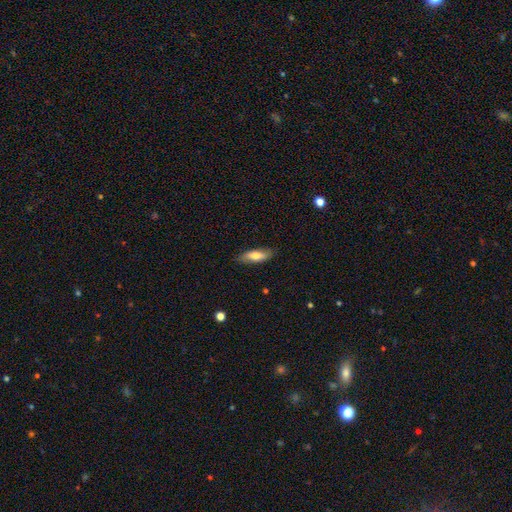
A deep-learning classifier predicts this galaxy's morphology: Smooth or featured: smooth — 70% (featured or disk — 24%)
How rounded: in between — 58% (cigar-shaped — 40%)
Merging: none — 84% (minor disturbance — 13%)